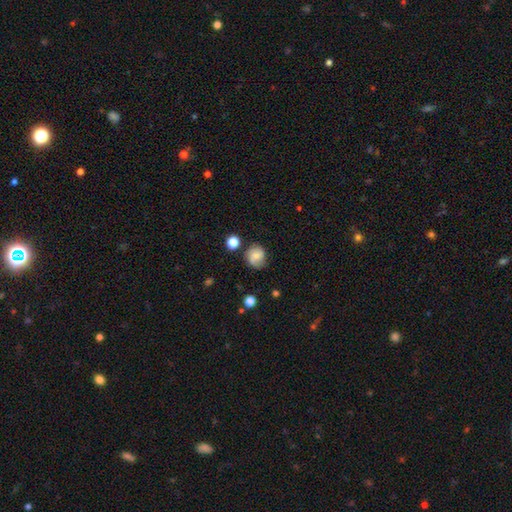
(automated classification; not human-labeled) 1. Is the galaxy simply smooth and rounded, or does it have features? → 68% smooth, 22% featured or disk, 11% star or artifact.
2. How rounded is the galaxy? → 79% round, 20% in between, 1% cigar-shaped.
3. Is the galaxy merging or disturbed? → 69% none, 21% minor disturbance, 6% major disturbance, 4% merger.